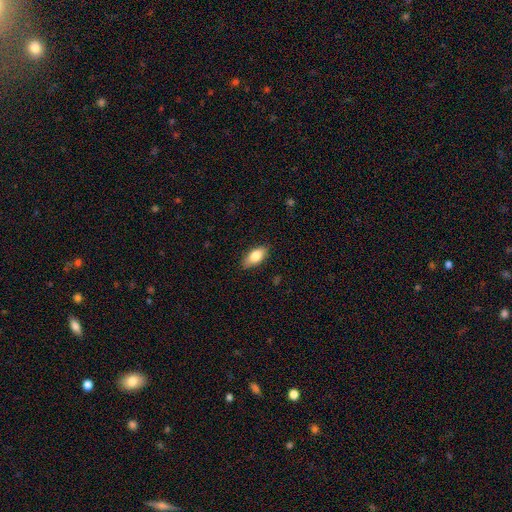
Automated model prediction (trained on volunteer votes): smooth_or_featured: smooth (p=0.81) [alt: featured or disk p=0.12]
how_rounded: in between (p=0.89) [alt: cigar-shaped p=0.07]
merging: none (p=0.84) [alt: minor disturbance p=0.12]